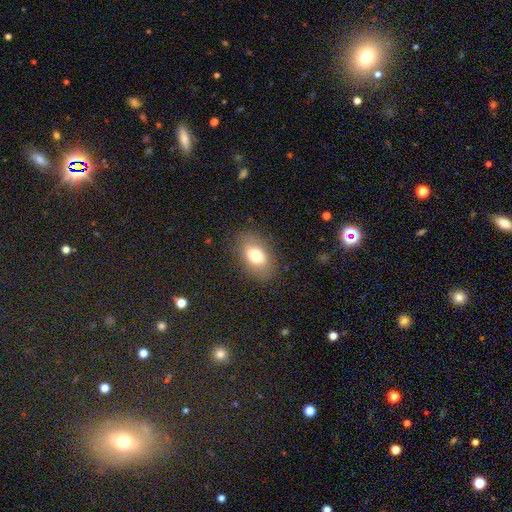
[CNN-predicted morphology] smooth 75%, featured or disk 15%, star or artifact 10%. Down the decision tree: how rounded — in between (85%); merging — none (82%).